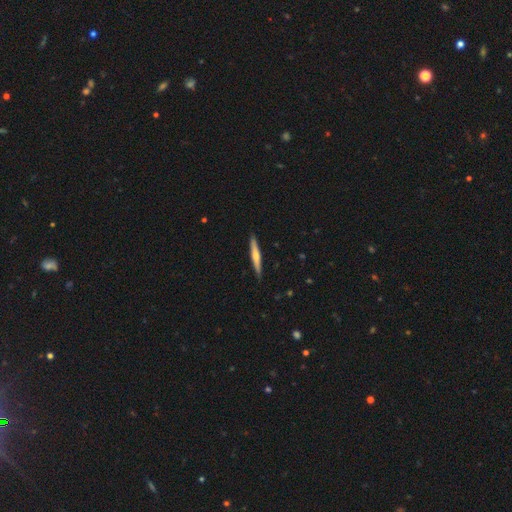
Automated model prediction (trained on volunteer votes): Smooth or featured?
  - featured or disk: 50% *
  - smooth: 44%
  - star or artifact: 5%
Edge-on disk?
  - yes: 97% *
  - no: 3%
Merging?
  - none: 90% *
  - minor disturbance: 7%
  - major disturbance: 1%
  - merger: 1%